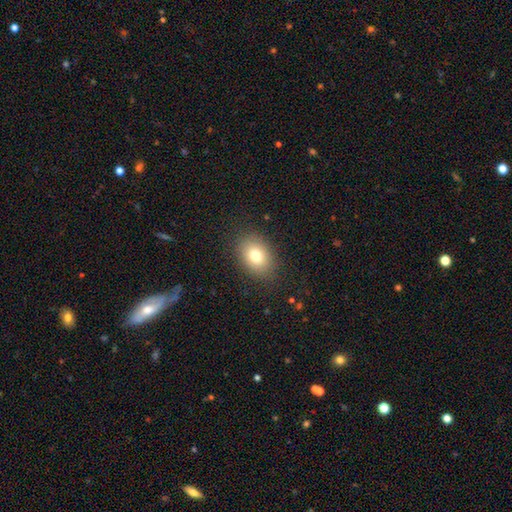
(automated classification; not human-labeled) This is likely a smooth galaxy (77%). How rounded: likely in between (73%). Merging: clearly none (86%).